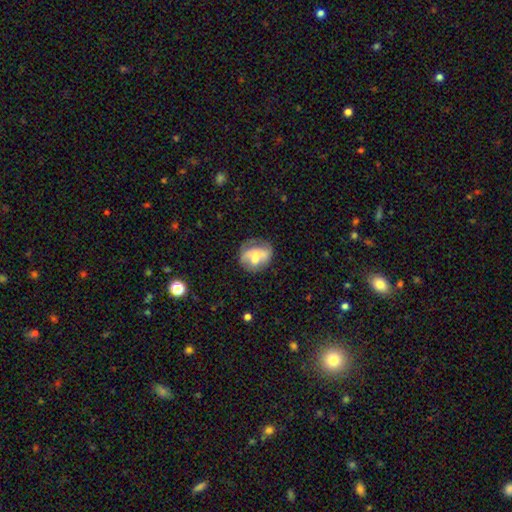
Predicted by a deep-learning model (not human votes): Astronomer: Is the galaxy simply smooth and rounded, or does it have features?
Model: smooth — 46% (runner-up: featured or disk, 45%).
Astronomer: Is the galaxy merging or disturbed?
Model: none — 43% (runner-up: minor disturbance, 24%).